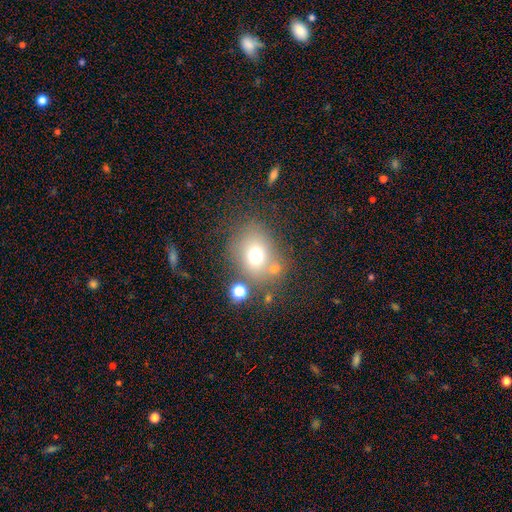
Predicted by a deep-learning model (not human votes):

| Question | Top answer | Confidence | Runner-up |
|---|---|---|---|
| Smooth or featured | smooth | 67% | featured or disk (17%) |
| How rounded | round | 57% | in between (42%) |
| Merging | none | 62% | minor disturbance (15%) |